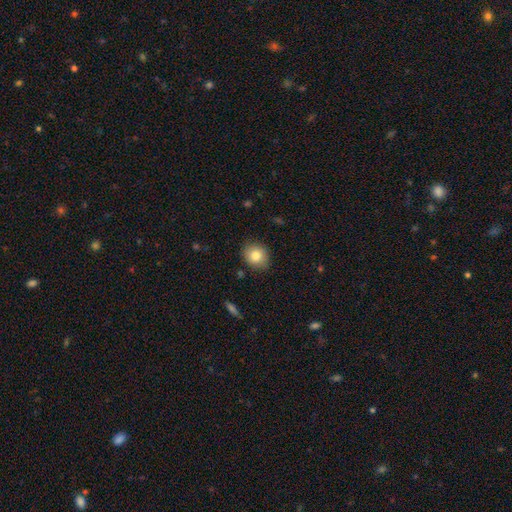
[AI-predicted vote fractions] Morphology: type=smooth (82%); roundness=round (73%); merging=none (86%).